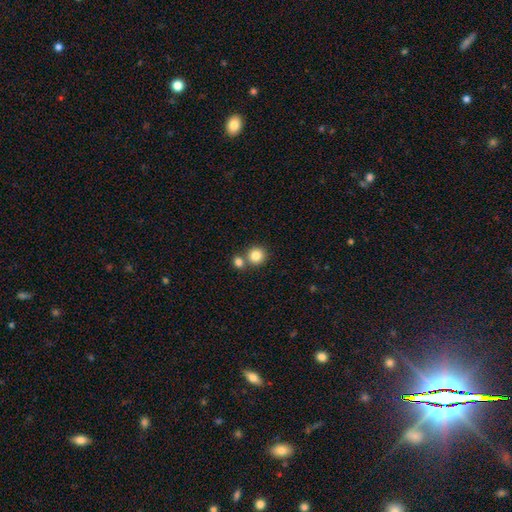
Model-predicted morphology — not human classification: smooth 84%, star or artifact 10%, featured or disk 6%. Down the decision tree: how rounded — round (90%); merging — none (62%).